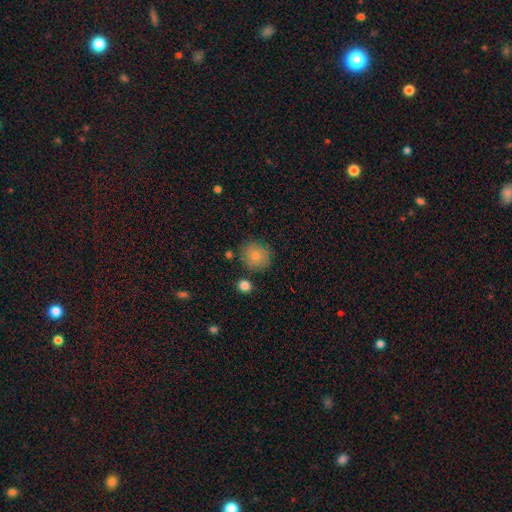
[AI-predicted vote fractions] smooth-or-featured: smooth: 83% | featured or disk: 9% | star or artifact: 8%
  how-rounded: round: 82% | in between: 17% | cigar-shaped: 1%
  merging: none: 79% | minor disturbance: 13% | merger: 5% | major disturbance: 4%